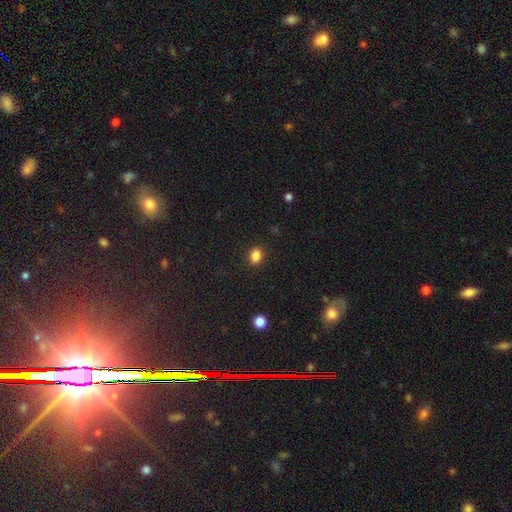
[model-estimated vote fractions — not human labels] This is clearly a smooth galaxy (86%). How rounded: possibly in between (57%). Merging: clearly none (88%).